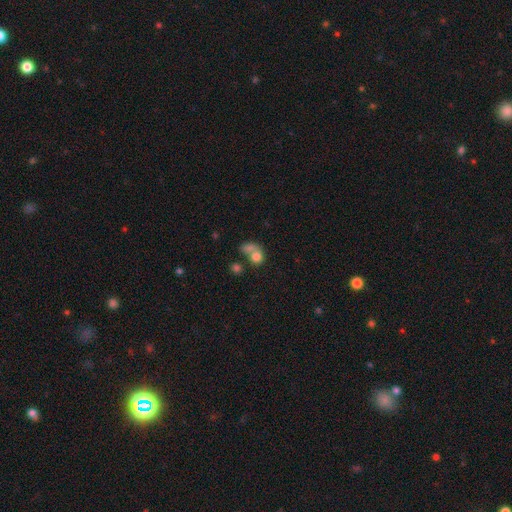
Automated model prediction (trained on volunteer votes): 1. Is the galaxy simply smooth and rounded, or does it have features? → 75% smooth, 14% featured or disk, 11% star or artifact.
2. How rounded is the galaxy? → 59% round, 40% in between, 2% cigar-shaped.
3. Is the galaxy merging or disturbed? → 54% merger, 27% none, 11% major disturbance, 9% minor disturbance.